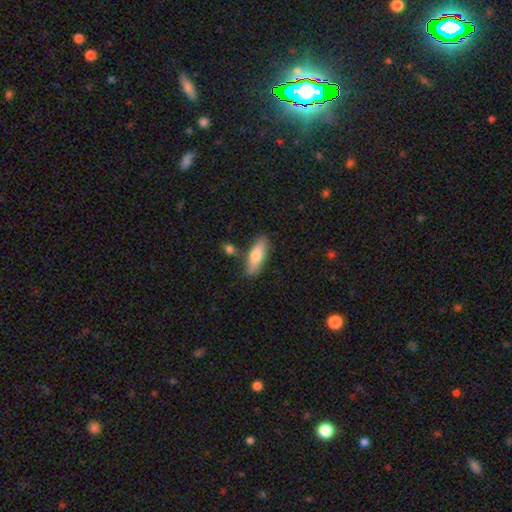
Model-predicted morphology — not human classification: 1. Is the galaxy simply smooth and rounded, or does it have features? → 70% smooth, 25% featured or disk, 6% star or artifact.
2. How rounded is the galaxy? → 56% in between, 41% cigar-shaped, 3% round.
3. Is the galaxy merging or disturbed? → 74% none, 15% minor disturbance, 8% merger, 3% major disturbance.